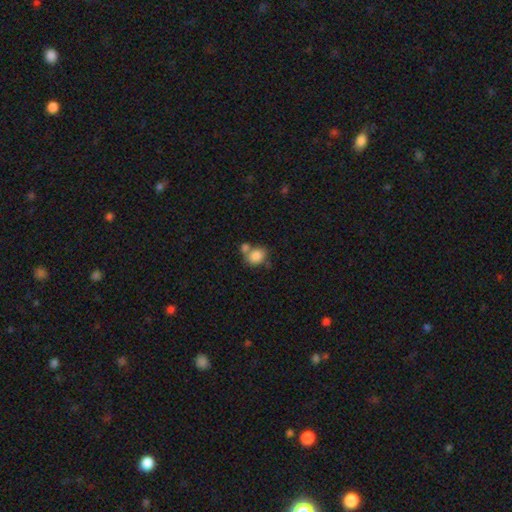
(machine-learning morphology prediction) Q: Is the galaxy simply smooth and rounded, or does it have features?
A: smooth — 84%.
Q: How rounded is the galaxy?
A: round — 52%.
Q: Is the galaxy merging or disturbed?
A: none — 43%.